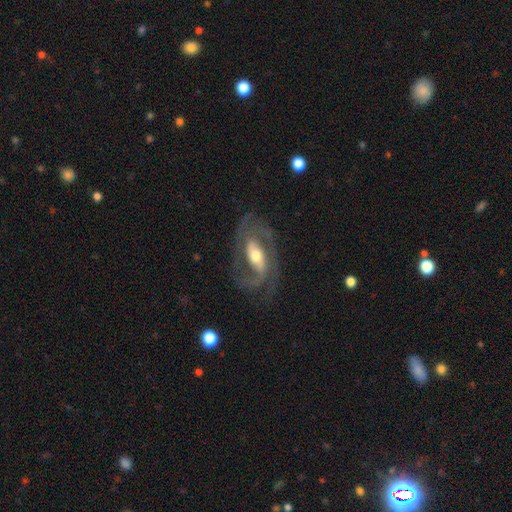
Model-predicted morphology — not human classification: This appears to be a featured or disk galaxy (87%) with a strong bar (45%), 2 (86%) medium (54%) spiral arms (93%) and a moderate central bulge (66%). Merging: none (72%).